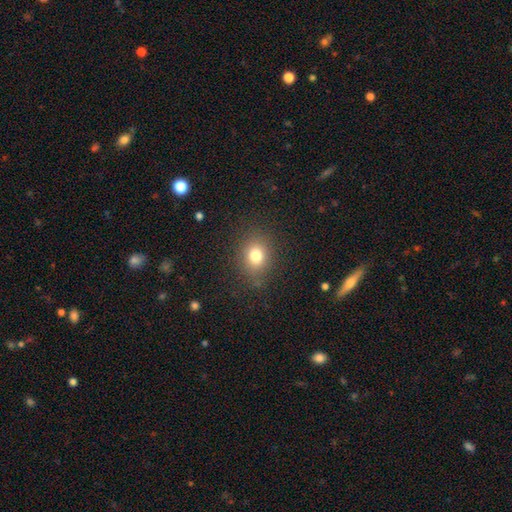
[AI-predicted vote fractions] smooth-or-featured: smooth: 78% | star or artifact: 13% | featured or disk: 8%
  how-rounded: round: 60% | in between: 39% | cigar-shaped: 1%
  merging: none: 85% | minor disturbance: 10% | major disturbance: 4% | merger: 1%